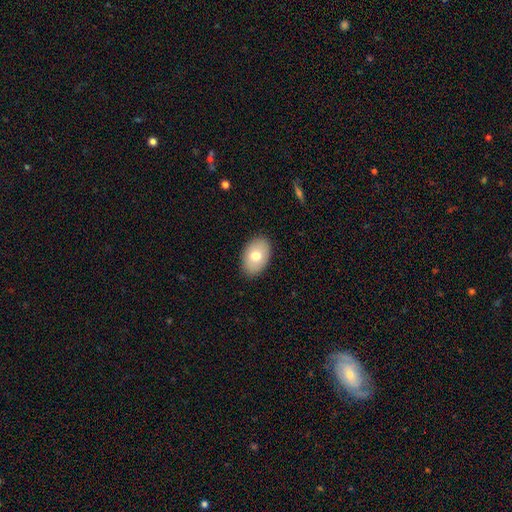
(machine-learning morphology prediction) The model was most divided on "smooth or featured": smooth: 75%, featured or disk: 18%, star or artifact: 7%. More confident: how rounded — in between (90%); merging — none (88%).